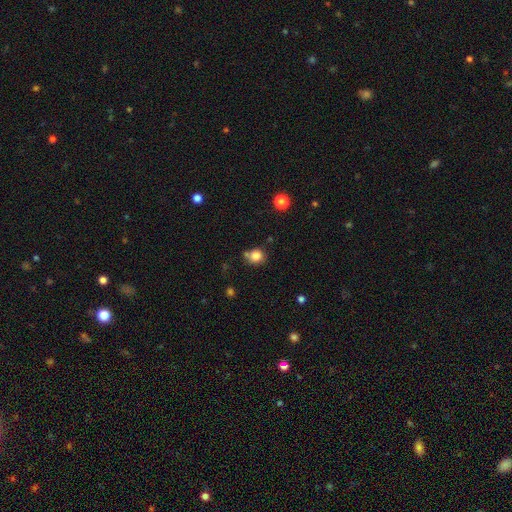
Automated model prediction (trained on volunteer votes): smooth 83%, star or artifact 11%, featured or disk 6%. Down the decision tree: how rounded — round (82%); merging — none (67%).